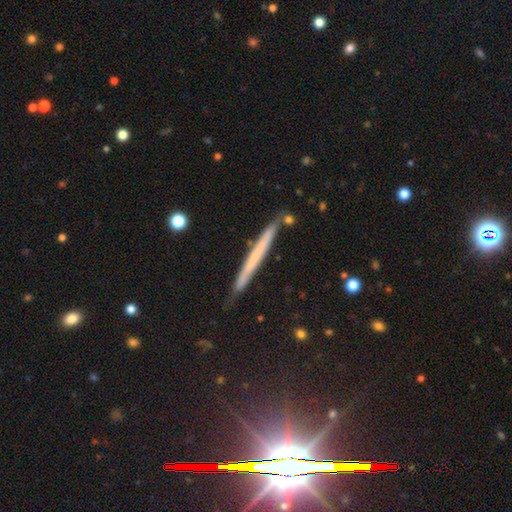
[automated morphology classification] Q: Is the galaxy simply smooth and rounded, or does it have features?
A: featured or disk — 48%.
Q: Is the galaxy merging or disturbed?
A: none — 86%.